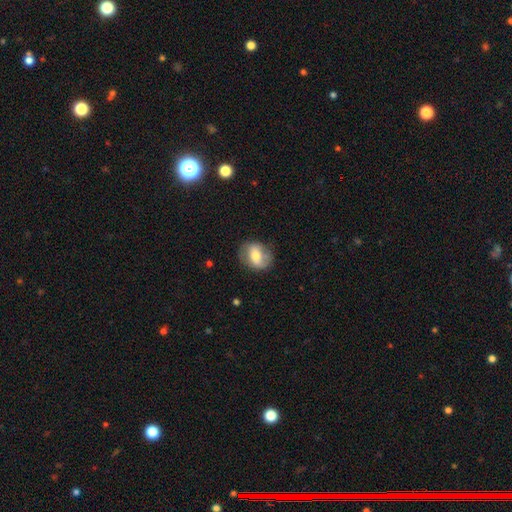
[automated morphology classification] smooth_or_featured: smooth (p=0.52) [alt: featured or disk p=0.41]
how_rounded: in between (p=0.51) [alt: round p=0.48]
merging: none (p=0.68) [alt: minor disturbance p=0.21]